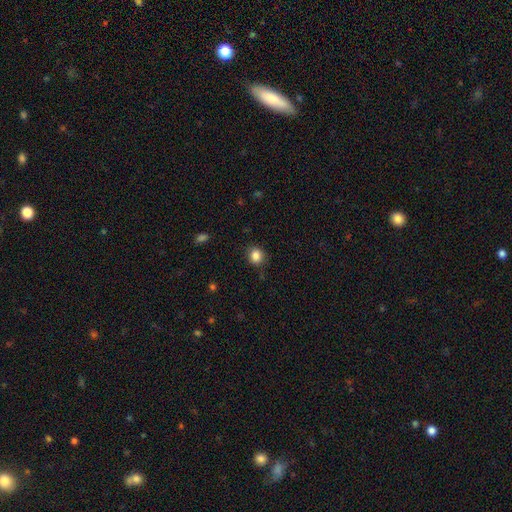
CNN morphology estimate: This is clearly a smooth galaxy (85%). How rounded: likely round (75%). Merging: clearly none (85%).